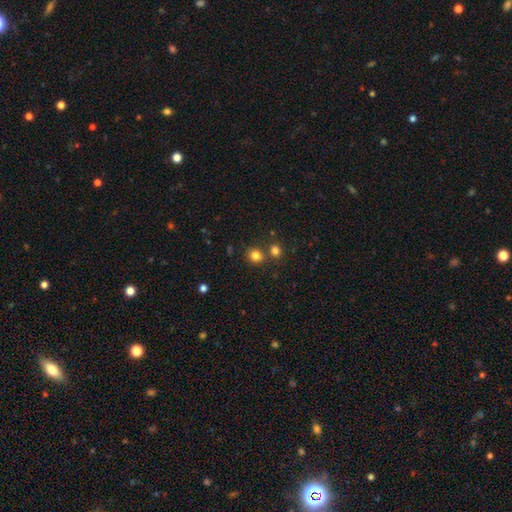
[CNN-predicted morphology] A smooth galaxy with no disk features (81%) that is round (79%). Merging: none (70%).